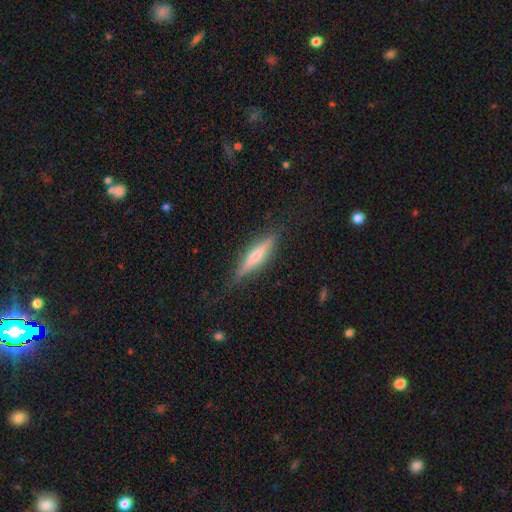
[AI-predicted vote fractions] The model was most divided on "smooth or featured": featured or disk: 51%, smooth: 42%, star or artifact: 7%. More confident: edge-on disk — yes (95%); merging — none (85%).